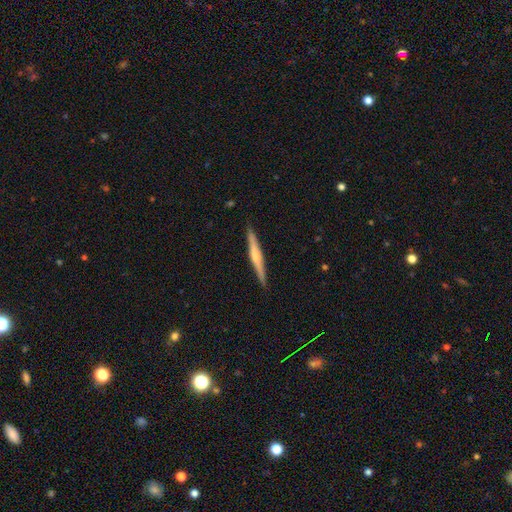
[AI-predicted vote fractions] Smooth or featured? featured or disk (62%)
Edge-on disk? yes (98%)
Edge-on bulge? rounded (68%)
Merging? none (90%)